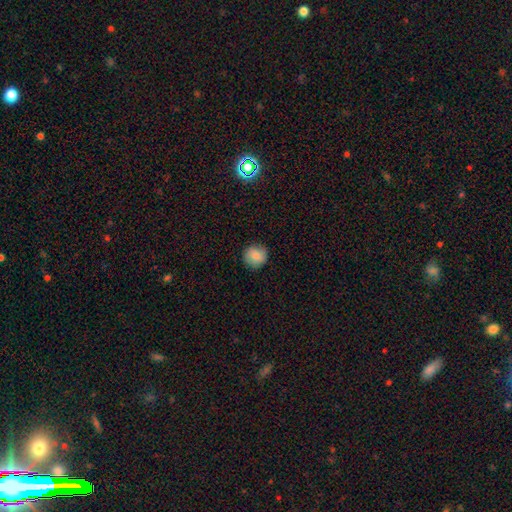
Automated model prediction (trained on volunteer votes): This appears to be a smooth galaxy with no disk features (82%) that is round (92%). Merging: none (87%).